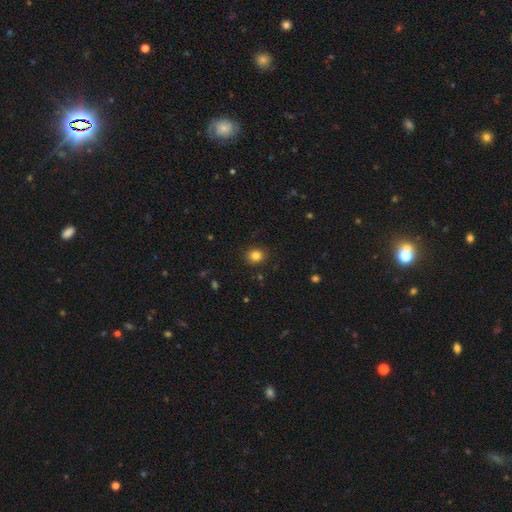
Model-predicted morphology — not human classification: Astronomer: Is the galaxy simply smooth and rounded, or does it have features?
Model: smooth — 83%.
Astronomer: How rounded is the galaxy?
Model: round — 77%.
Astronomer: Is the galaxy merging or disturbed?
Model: none — 89%.